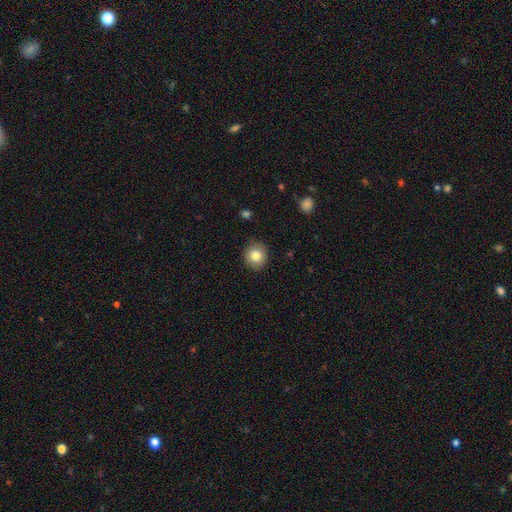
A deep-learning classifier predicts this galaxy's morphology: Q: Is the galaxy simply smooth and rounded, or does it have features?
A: smooth — 82%.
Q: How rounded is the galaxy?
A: round — 89%.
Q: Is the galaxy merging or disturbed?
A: none — 89%.